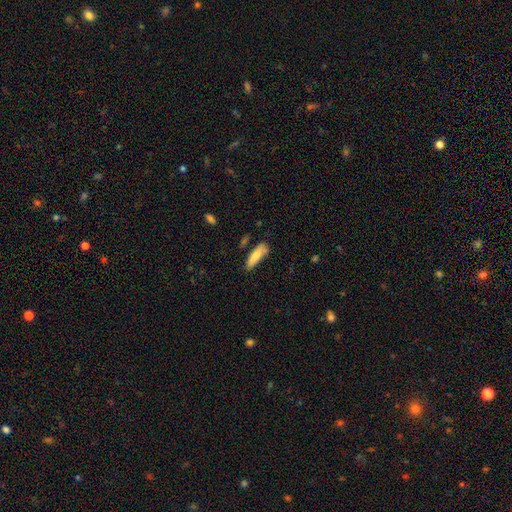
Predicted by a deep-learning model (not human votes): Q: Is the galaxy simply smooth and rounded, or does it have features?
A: smooth — 79%.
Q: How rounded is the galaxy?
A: cigar-shaped — 56%.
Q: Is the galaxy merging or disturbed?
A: none — 64%.